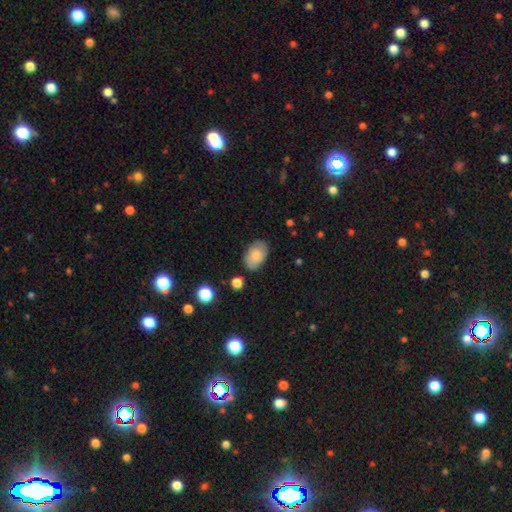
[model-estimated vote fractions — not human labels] This is likely a smooth galaxy (69%). How rounded: clearly in between (88%). Merging: likely none (75%).